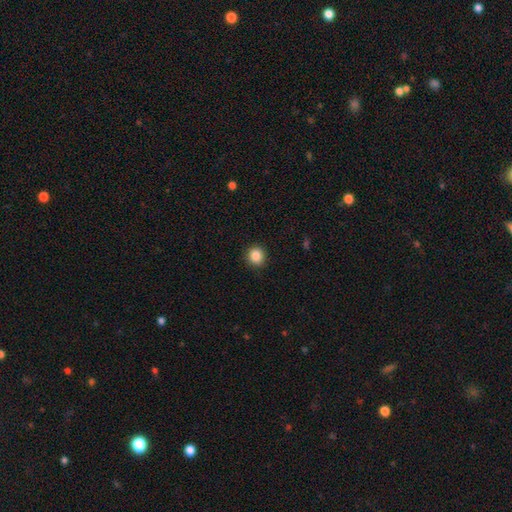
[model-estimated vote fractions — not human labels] smooth_or_featured: smooth (p=0.87) [alt: star or artifact p=0.10]
how_rounded: round (p=0.90) [alt: in between p=0.09]
merging: none (p=0.91) [alt: minor disturbance p=0.06]